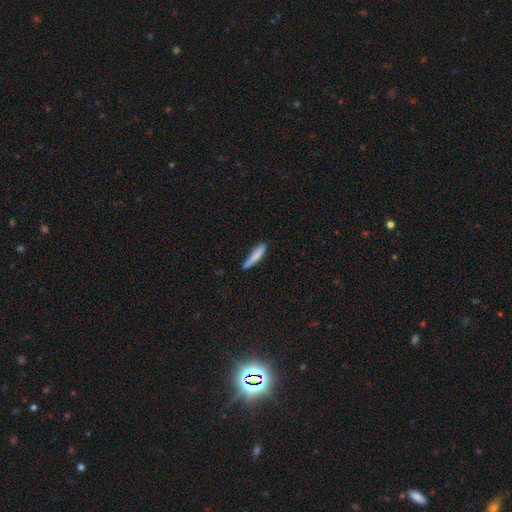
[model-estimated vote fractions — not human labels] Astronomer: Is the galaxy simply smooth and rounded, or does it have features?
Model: smooth — 79%.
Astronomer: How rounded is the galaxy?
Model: cigar-shaped — 90%.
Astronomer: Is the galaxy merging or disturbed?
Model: none — 68%.